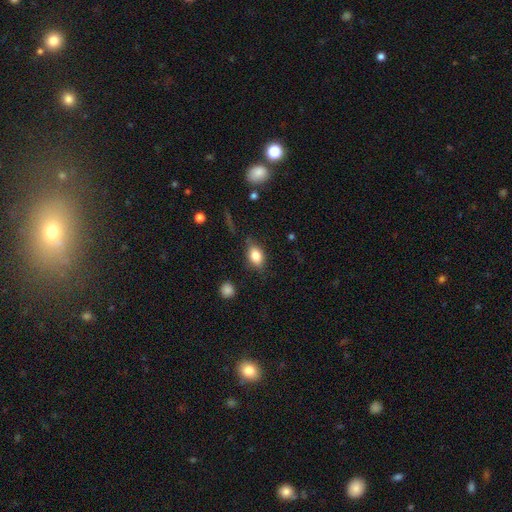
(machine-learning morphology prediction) smooth 81%, featured or disk 10%, star or artifact 8%. Down the decision tree: how rounded — in between (82%); merging — none (75%).